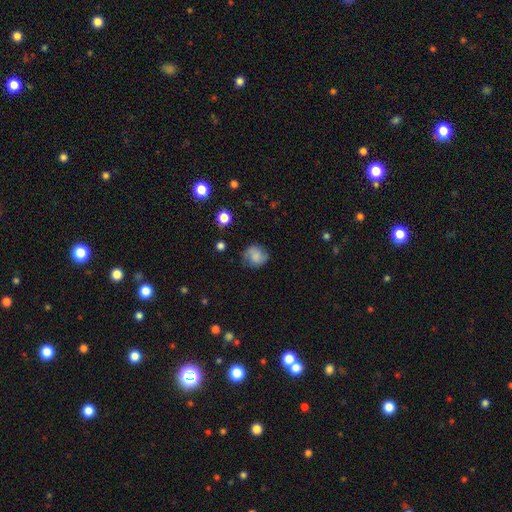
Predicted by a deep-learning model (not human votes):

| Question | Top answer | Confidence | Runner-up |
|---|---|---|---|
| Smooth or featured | smooth | 60% | featured or disk (30%) |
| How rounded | round | 76% | in between (23%) |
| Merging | none | 63% | minor disturbance (25%) |